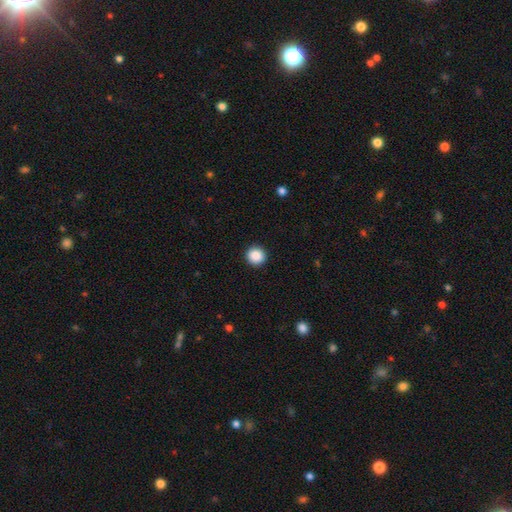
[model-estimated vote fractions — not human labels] Smooth or featured? smooth (88%)
How rounded? round (95%)
Merging? none (93%)